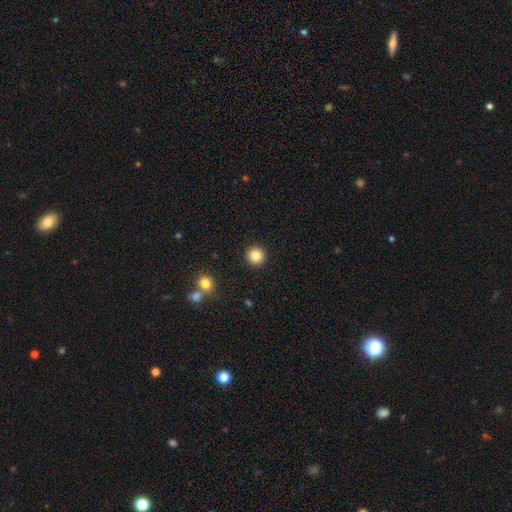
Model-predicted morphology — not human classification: smooth-or-featured: smooth: 84% | star or artifact: 11% | featured or disk: 5%
  how-rounded: round: 95% | in between: 4% | cigar-shaped: 1%
  merging: none: 93% | minor disturbance: 4% | major disturbance: 2% | merger: 1%